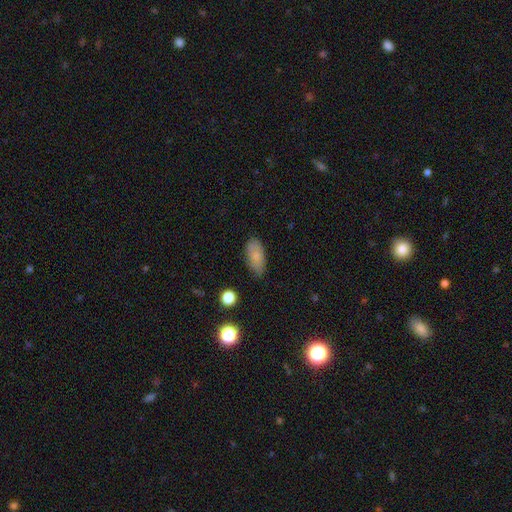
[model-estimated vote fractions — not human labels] Smooth or featured?
  - smooth: 81% *
  - featured or disk: 11%
  - star or artifact: 8%
How rounded?
  - in between: 86% *
  - cigar-shaped: 11%
  - round: 3%
Merging?
  - none: 78% *
  - minor disturbance: 17%
  - major disturbance: 3%
  - merger: 1%